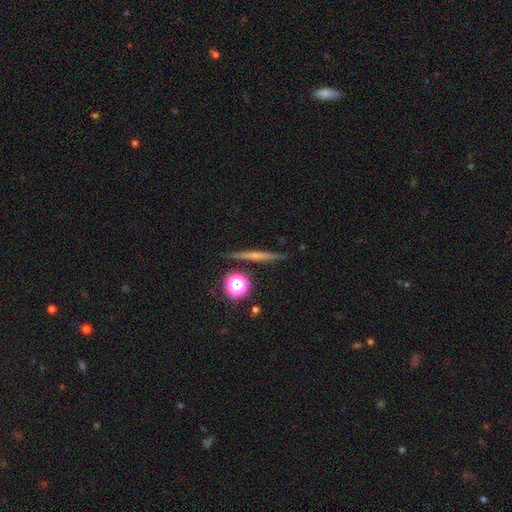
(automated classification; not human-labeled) Morphology: type=featured or disk (47%); merging=none (88%).